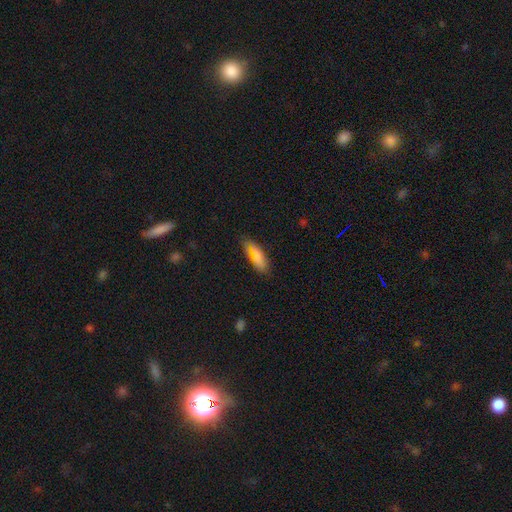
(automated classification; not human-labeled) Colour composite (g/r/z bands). It shows a smooth galaxy with no disk features (76%) that is in between round and cigar-shaped (68%). Merging: none (77%).